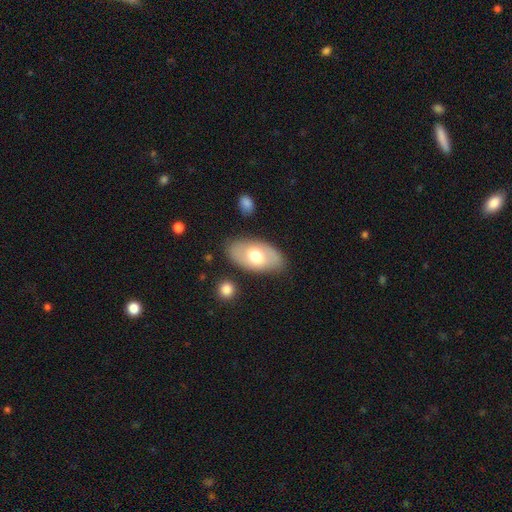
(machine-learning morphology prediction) This is likely a smooth galaxy (61%). How rounded: clearly in between (94%). Merging: clearly none (81%).